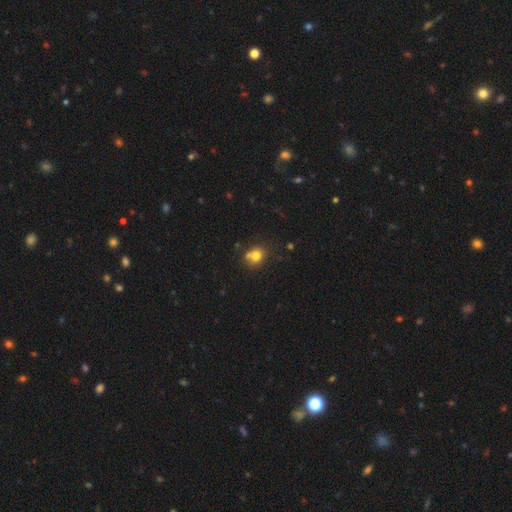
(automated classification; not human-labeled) Smooth or featured?
  - smooth: 75% *
  - star or artifact: 13%
  - featured or disk: 12%
How rounded?
  - round: 67% *
  - in between: 32%
  - cigar-shaped: 1%
Merging?
  - none: 55% *
  - merger: 21%
  - minor disturbance: 18%
  - major disturbance: 6%